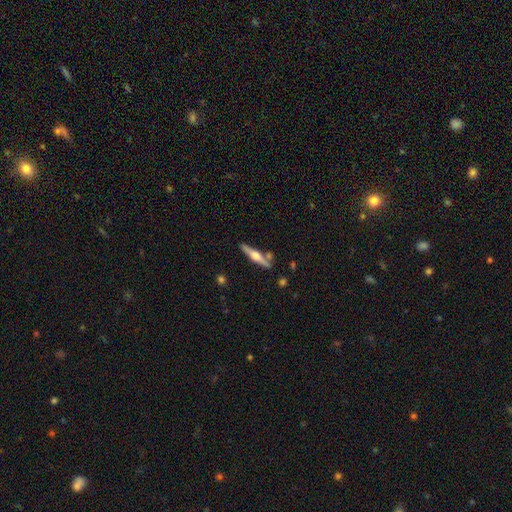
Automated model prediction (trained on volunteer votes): A featured or disk galaxy (68%) viewed edge-on (97%) with a rounded central bulge (92%).

Vote fractions:
- Smooth or featured? featured or disk: 68% / smooth: 27% / star or artifact: 5%
- Edge-on disk? yes: 97% / no: 3%
- Edge-on bulge? rounded: 92% / boxy: 5% / none: 3%
- Merging? none: 81% / minor disturbance: 10% / merger: 7% / major disturbance: 2%